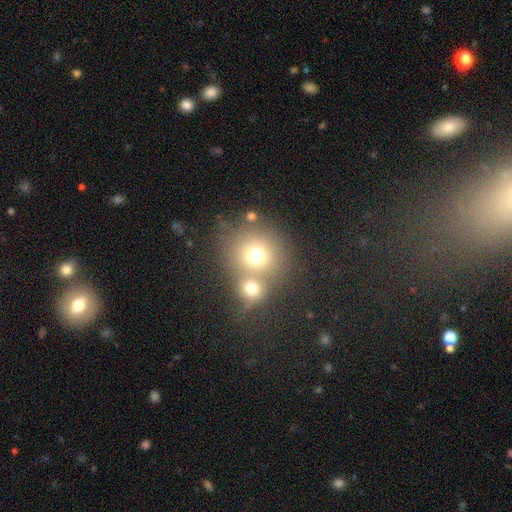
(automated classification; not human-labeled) Smooth or featured: smooth — 70% (featured or disk — 16%)
How rounded: round — 87% (in between — 12%)
Merging: merger — 47% (none — 41%)